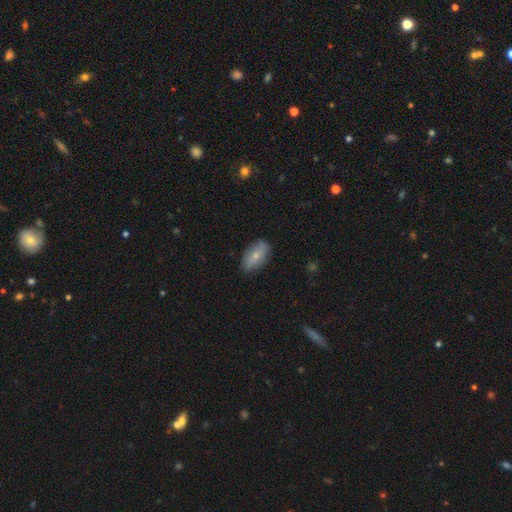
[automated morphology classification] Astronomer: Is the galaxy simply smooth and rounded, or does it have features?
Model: smooth — 67%.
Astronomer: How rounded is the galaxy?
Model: in between — 89%.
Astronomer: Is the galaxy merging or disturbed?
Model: none — 80%.